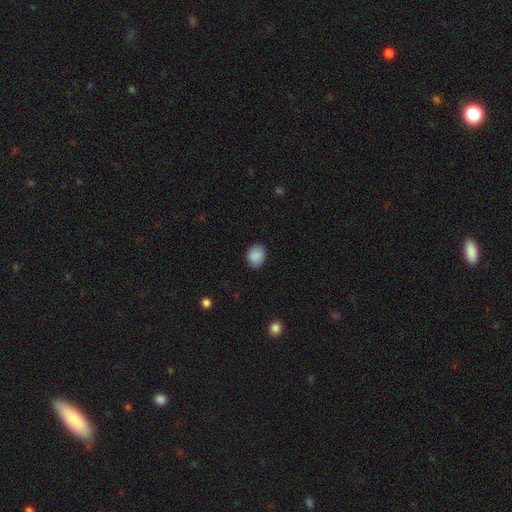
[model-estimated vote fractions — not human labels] This appears to be a smooth galaxy with no disk features (88%) that is round (54%). Merging: none (85%).